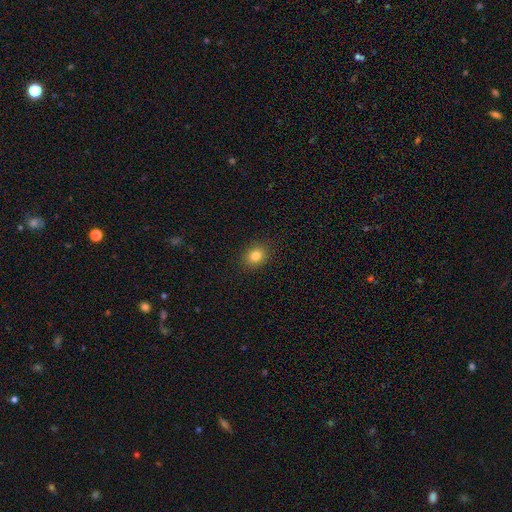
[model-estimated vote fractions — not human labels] A smooth galaxy with no disk features (83%) that is in between round and cigar-shaped (51%).

Vote fractions:
- Smooth or featured? smooth: 83% / star or artifact: 11% / featured or disk: 6%
- How rounded? in between: 51% / round: 48% / cigar-shaped: 1%
- Merging? none: 89% / minor disturbance: 8% / major disturbance: 2% / merger: 1%